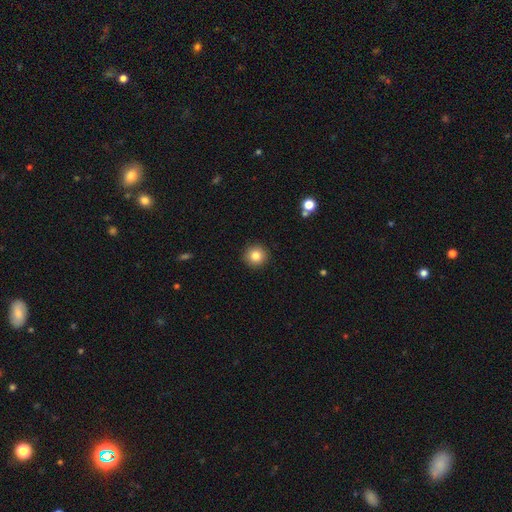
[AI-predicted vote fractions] Q: Smooth or featured?
A: smooth (83%); runner-up: star or artifact (10%)
Q: How rounded?
A: round (95%); runner-up: in between (4%)
Q: Merging?
A: none (92%); runner-up: minor disturbance (5%)